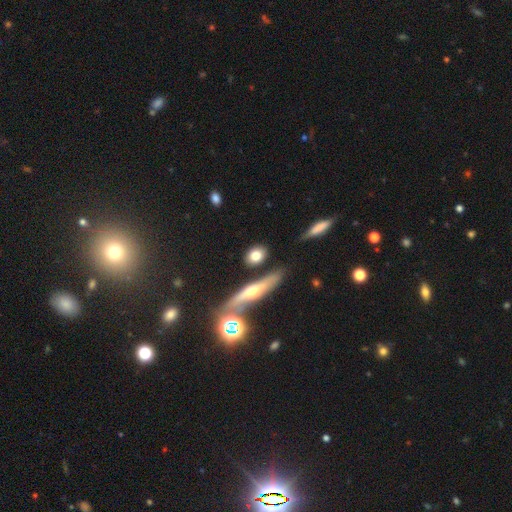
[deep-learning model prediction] Overall: smooth (77%). How rounded: in between (47%; round 43%). Merging: none (76%).